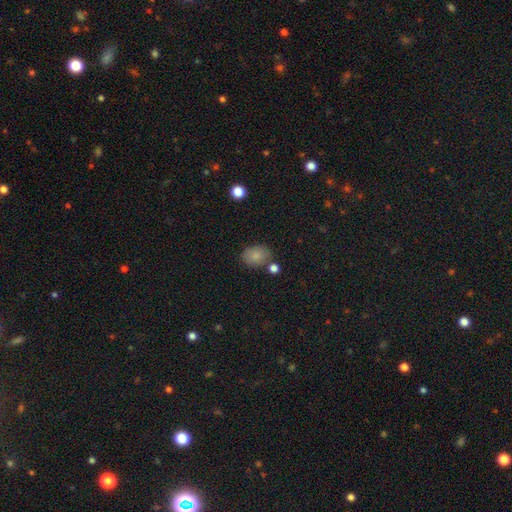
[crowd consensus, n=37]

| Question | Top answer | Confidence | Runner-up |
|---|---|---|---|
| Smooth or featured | smooth | 92% | star or artifact (5%) |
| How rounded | in between | 71% | round (26%) |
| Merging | none | 71% | minor disturbance (20%) |